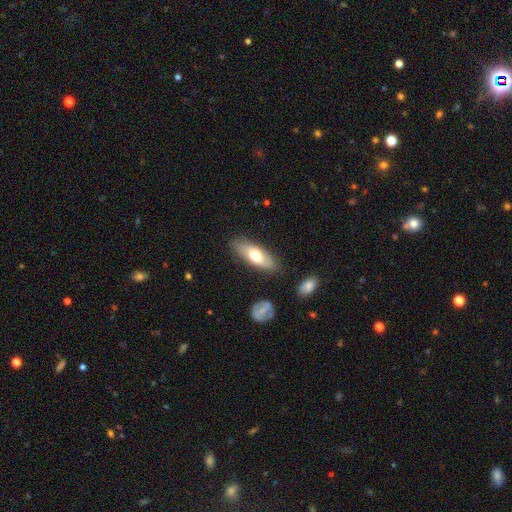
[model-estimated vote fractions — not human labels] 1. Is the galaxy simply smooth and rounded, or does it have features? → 64% smooth, 29% featured or disk, 6% star or artifact.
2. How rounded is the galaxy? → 67% in between, 30% cigar-shaped, 3% round.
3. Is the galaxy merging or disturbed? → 81% none, 13% minor disturbance, 3% major disturbance, 3% merger.